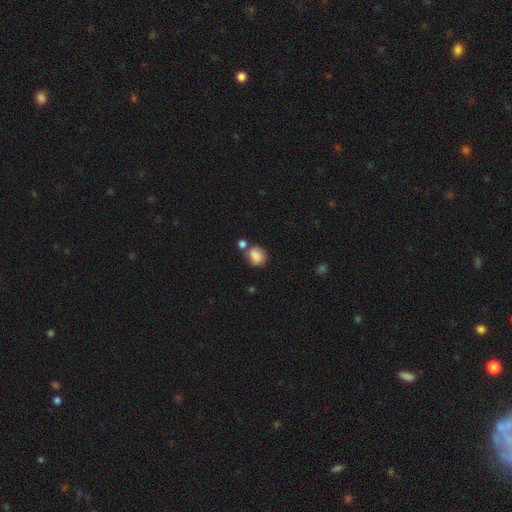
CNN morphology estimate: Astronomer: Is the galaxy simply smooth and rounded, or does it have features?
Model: smooth — 80%.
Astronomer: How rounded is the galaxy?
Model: round — 65%.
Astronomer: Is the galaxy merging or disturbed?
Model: none — 46% (runner-up: merger, 31%).